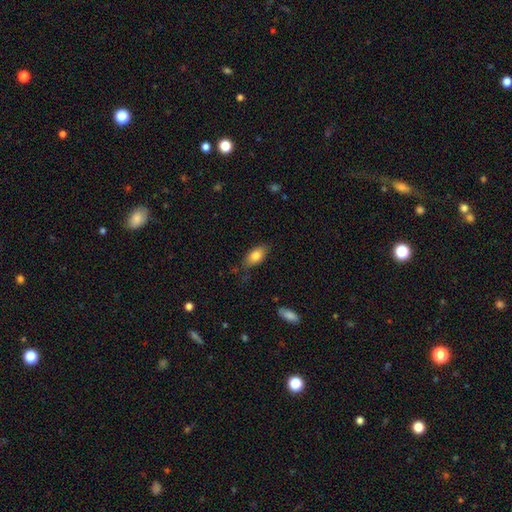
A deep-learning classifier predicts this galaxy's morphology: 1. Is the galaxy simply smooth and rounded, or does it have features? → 80% smooth, 13% featured or disk, 7% star or artifact.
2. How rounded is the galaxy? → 89% in between, 6% cigar-shaped, 5% round.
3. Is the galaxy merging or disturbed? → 74% none, 19% minor disturbance, 5% major disturbance, 2% merger.